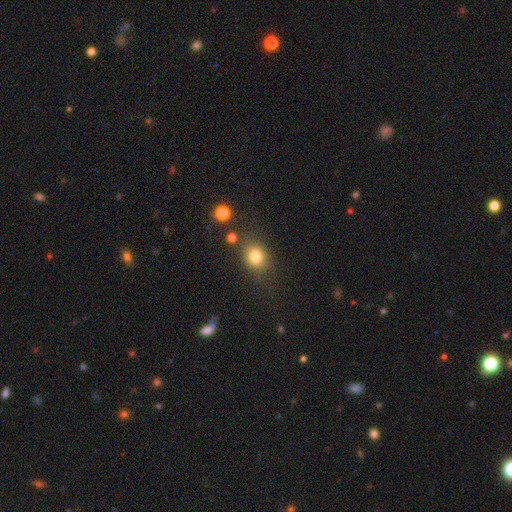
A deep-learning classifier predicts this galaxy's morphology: Q: Smooth or featured?
A: smooth (81%); runner-up: star or artifact (12%)
Q: How rounded?
A: round (63%); runner-up: in between (36%)
Q: Merging?
A: none (73%); runner-up: minor disturbance (15%)